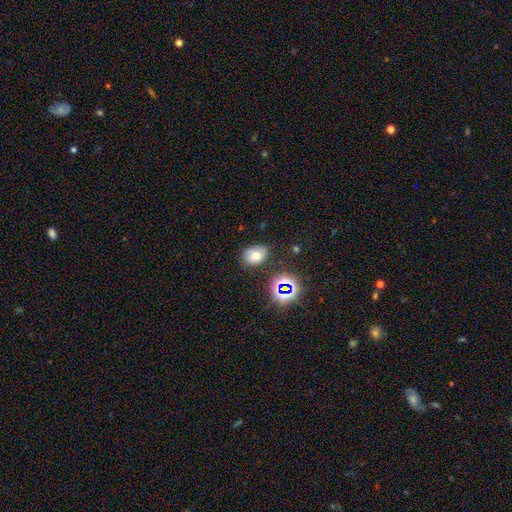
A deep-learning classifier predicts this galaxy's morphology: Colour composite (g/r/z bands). It shows a smooth galaxy with no disk features (64%) that is in between round and cigar-shaped (73%). Merging: none (67%).